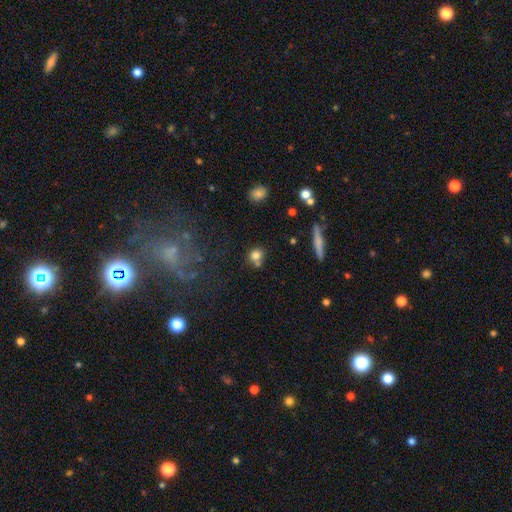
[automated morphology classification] Smooth or featured: smooth — 77% (star or artifact — 12%)
How rounded: round — 80% (in between — 18%)
Merging: none — 55% (merger — 30%)